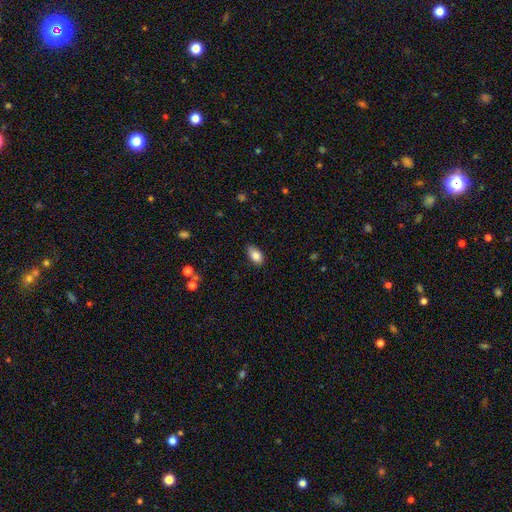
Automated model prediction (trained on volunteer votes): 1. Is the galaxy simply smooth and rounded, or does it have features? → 86% smooth, 8% star or artifact, 6% featured or disk.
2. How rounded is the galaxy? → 90% in between, 7% round, 3% cigar-shaped.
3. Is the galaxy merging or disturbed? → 76% none, 20% minor disturbance, 3% major disturbance, 1% merger.